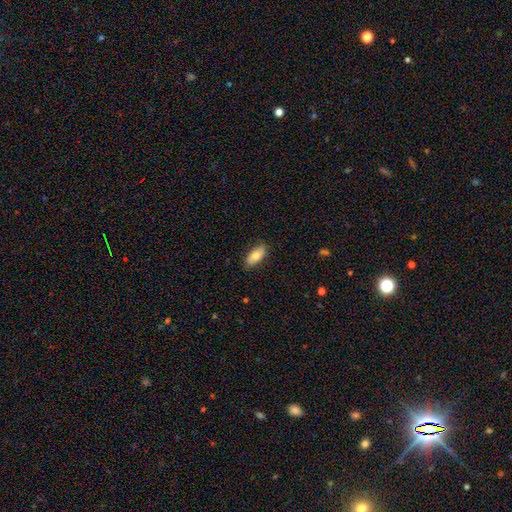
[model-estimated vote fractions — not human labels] Morphology: type=smooth (78%); roundness=in between (89%); merging=none (85%).